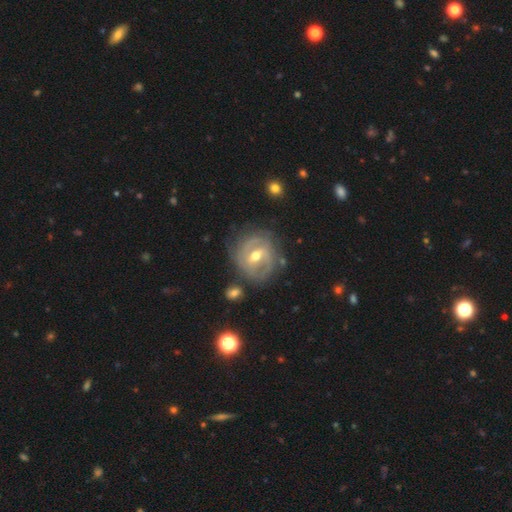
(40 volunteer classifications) featured or disk 88%, smooth 10%, star or artifact 2%. Down the decision tree: edge-on disk — no (100%); bar — weak (69%); spiral arms — yes (100%); spiral arm count — 2 (89%); spiral winding — medium (60%); bulge size — moderate (77%); merging — none (77%).